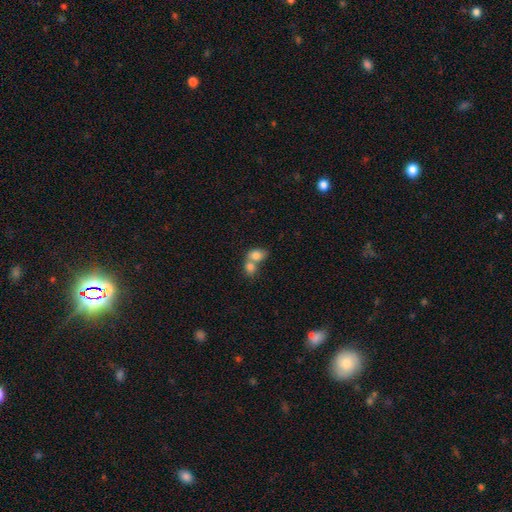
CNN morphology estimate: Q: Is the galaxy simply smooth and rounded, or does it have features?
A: smooth — 80%.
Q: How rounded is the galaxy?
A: in between — 63%.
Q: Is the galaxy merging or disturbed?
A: merger — 71%.